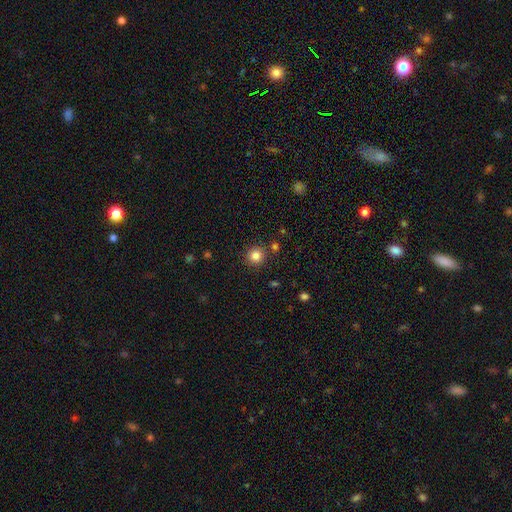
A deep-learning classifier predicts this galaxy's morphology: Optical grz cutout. It shows a smooth galaxy with no disk features (82%) that is round (93%). Merging: none (87%).